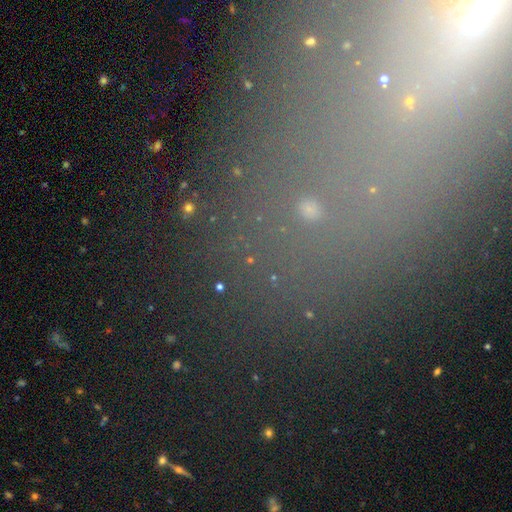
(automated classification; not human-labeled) smooth_or_featured: star or artifact (p=0.69) [alt: smooth p=0.18]